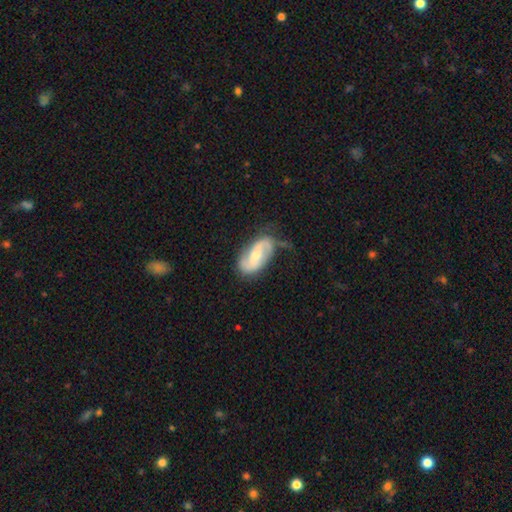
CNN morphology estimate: Smooth or featured: featured or disk — 73% (smooth — 21%)
Edge-on disk: no — 95% (yes — 5%)
Bar: no — 40% (weak — 39%)
Spiral arms: yes — 89% (no — 11%)
Spiral winding: loose — 41% (medium — 39%)
Spiral arm count: 2 — 86% (can't tell — 7%)
Bulge size: moderate — 55% (small — 39%)
Merging: none — 57% (minor disturbance — 27%)